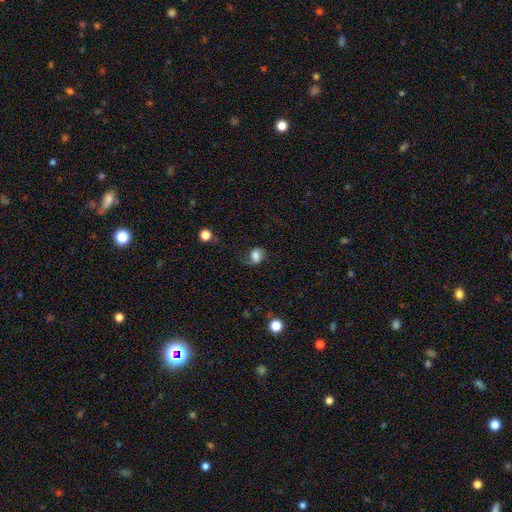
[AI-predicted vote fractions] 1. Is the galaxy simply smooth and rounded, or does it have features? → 76% smooth, 13% featured or disk, 11% star or artifact.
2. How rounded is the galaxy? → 51% round, 48% in between, 1% cigar-shaped.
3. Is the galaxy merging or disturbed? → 56% none, 27% minor disturbance, 15% major disturbance, 2% merger.